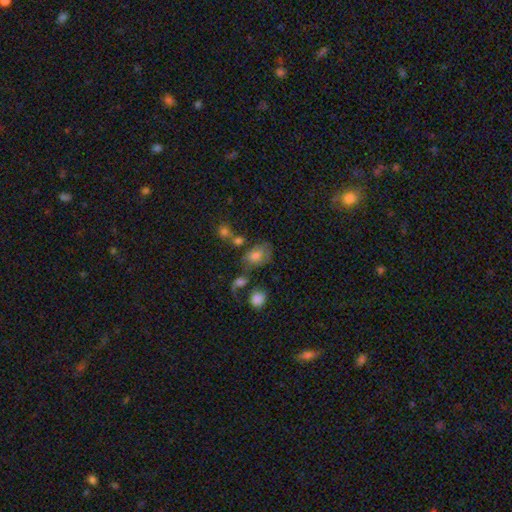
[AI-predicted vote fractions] This is likely a smooth galaxy (65%). How rounded: likely in between (79%). Merging: marginally none (40%).